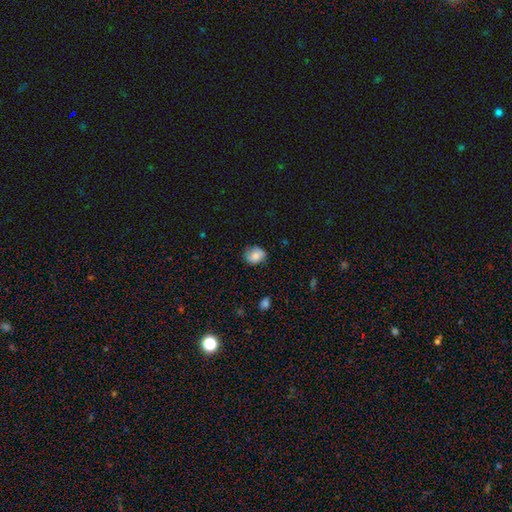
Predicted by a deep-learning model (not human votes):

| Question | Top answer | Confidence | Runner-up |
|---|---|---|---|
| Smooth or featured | smooth | 82% | featured or disk (9%) |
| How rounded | round | 61% | in between (38%) |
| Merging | none | 73% | minor disturbance (21%) |